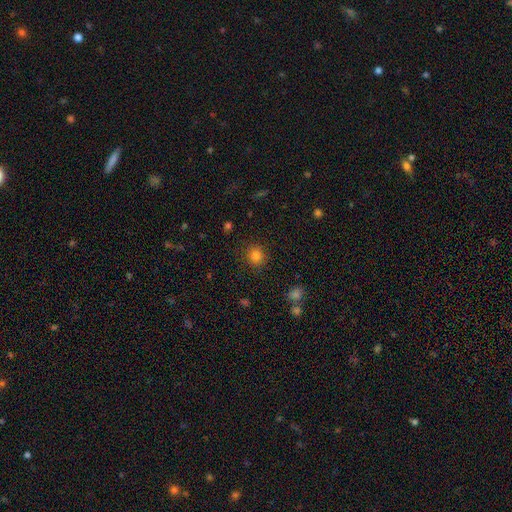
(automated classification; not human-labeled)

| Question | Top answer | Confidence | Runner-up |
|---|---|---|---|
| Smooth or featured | smooth | 82% | star or artifact (13%) |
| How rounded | round | 88% | in between (11%) |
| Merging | none | 89% | minor disturbance (7%) |